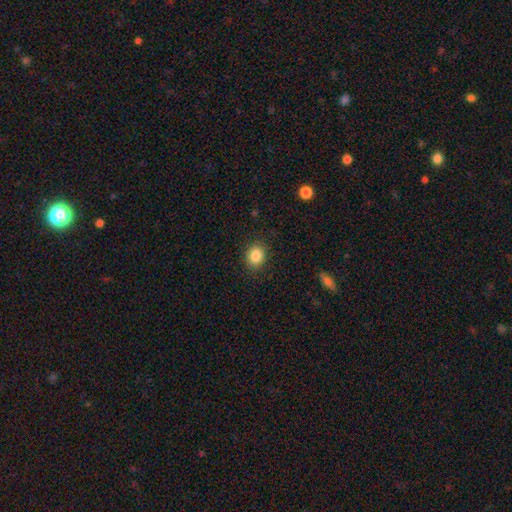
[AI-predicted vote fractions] Smooth or featured?
  - smooth: 86% *
  - star or artifact: 9%
  - featured or disk: 5%
How rounded?
  - round: 56% *
  - in between: 43%
  - cigar-shaped: 1%
Merging?
  - none: 88% *
  - minor disturbance: 8%
  - major disturbance: 3%
  - merger: 1%